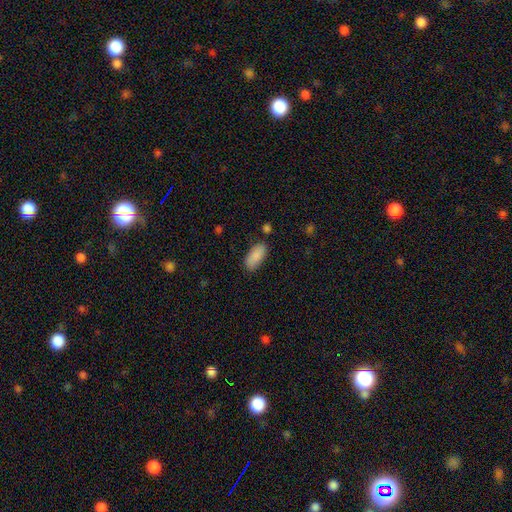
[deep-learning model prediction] Overall: smooth (89%). How rounded: in between (87%). Merging: none (81%).